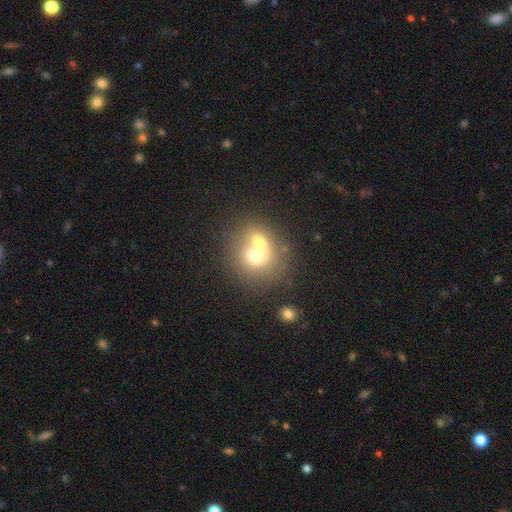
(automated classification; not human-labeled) The model was most divided on "merging": merger: 64%, none: 26%, minor disturbance: 6%, major disturbance: 3%. More confident: how rounded — round (74%); smooth or featured — smooth (64%).